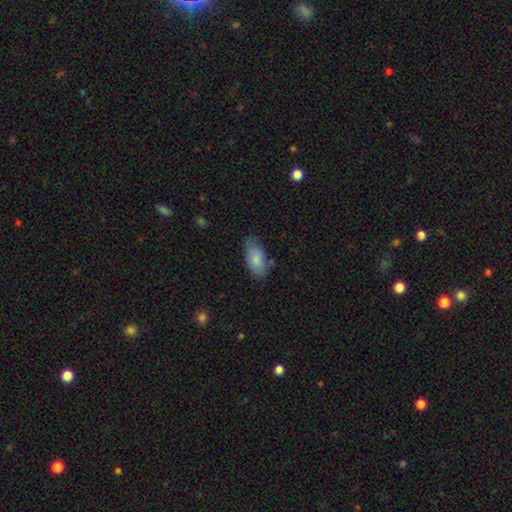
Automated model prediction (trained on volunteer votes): Morphology: type=smooth (83%); roundness=in between (91%); merging=none (72%).